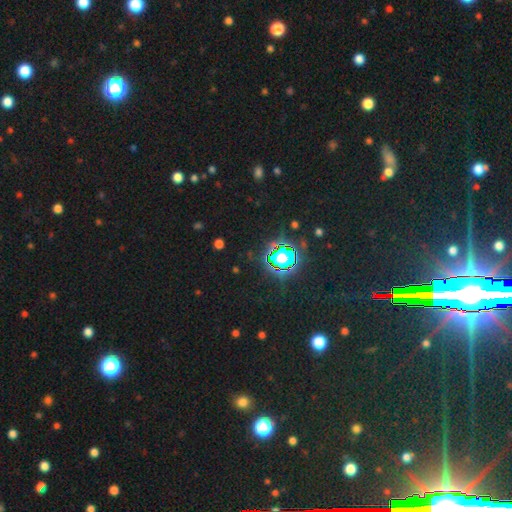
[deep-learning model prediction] The model was most divided on "smooth or featured": star or artifact: 81%, smooth: 11%, featured or disk: 8%.